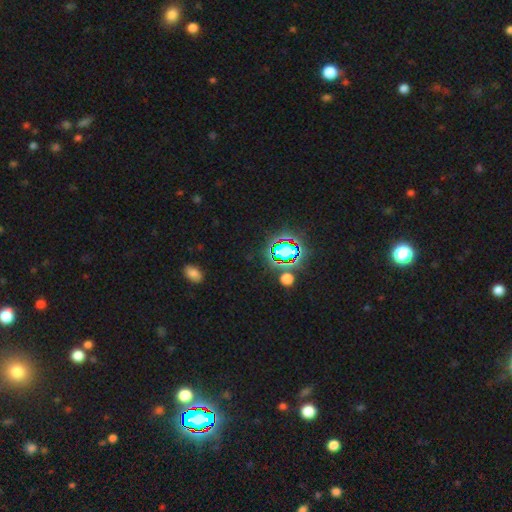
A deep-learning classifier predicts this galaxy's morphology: Q: Smooth or featured?
A: star or artifact (76%); runner-up: smooth (17%)